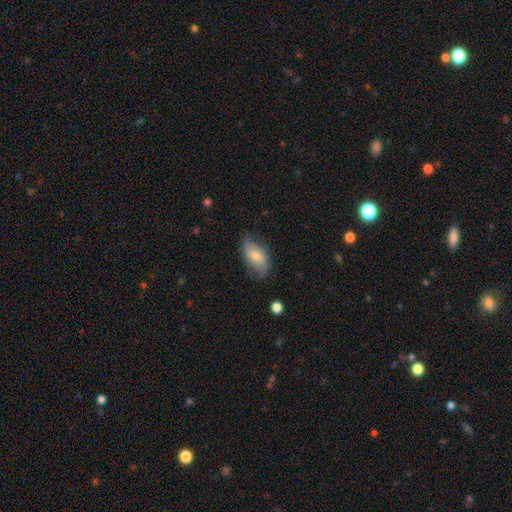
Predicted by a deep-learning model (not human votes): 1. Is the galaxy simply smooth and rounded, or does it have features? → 66% smooth, 28% featured or disk, 7% star or artifact.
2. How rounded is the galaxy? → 92% in between, 4% round, 4% cigar-shaped.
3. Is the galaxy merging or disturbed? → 64% none, 27% minor disturbance, 7% major disturbance, 1% merger.